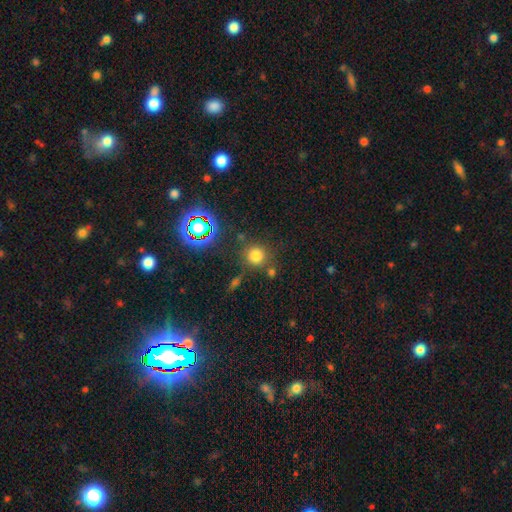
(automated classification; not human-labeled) A smooth galaxy with no disk features (72%) that is round (91%). Merging: none (77%).